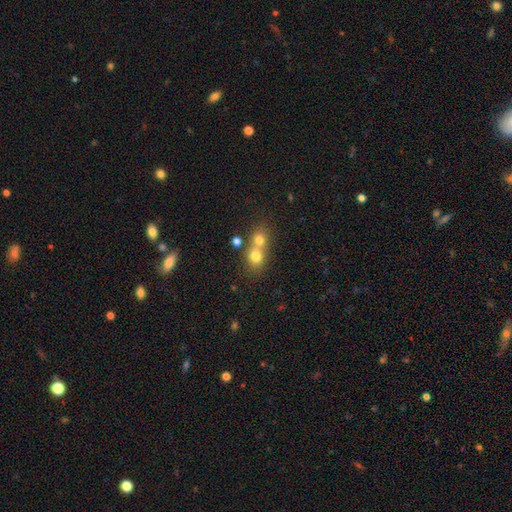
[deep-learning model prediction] This is likely a smooth galaxy (72%). How rounded: likely round (73%). Merging: likely merger (60%).